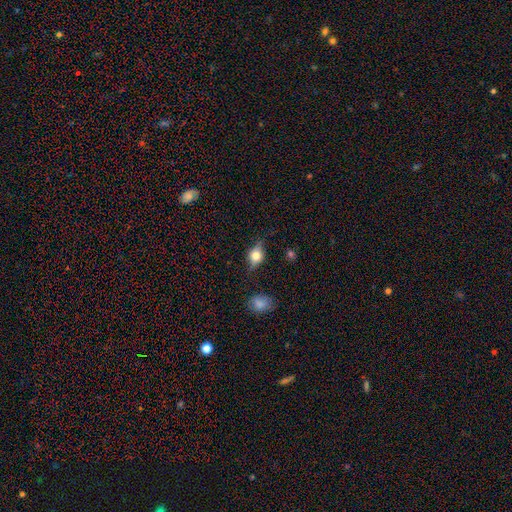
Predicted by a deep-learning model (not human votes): This appears to be a smooth galaxy with no disk features (52%) that is in between round and cigar-shaped (63%). Merging: none (74%).